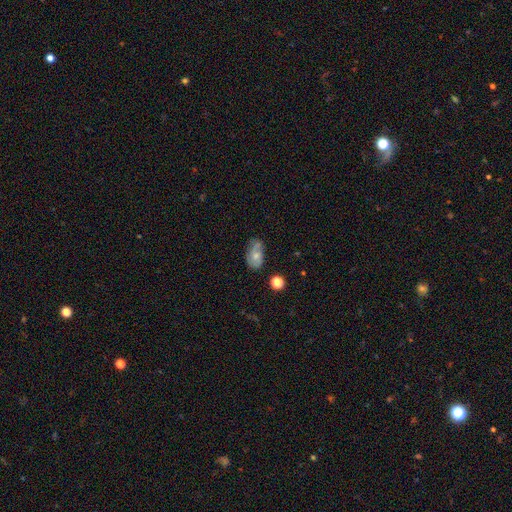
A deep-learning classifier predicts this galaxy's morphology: smooth_or_featured: smooth (p=0.59) [alt: featured or disk p=0.32]
how_rounded: in between (p=0.88) [alt: round p=0.10]
merging: none (p=0.46) [alt: minor disturbance p=0.33]